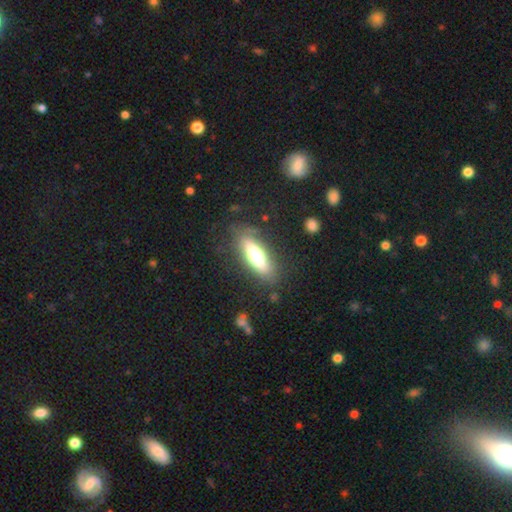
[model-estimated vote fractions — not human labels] smooth-or-featured: smooth: 53% | featured or disk: 40% | star or artifact: 7%
  how-rounded: cigar-shaped: 52% | in between: 45% | round: 2%
  merging: none: 80% | minor disturbance: 13% | major disturbance: 5% | merger: 2%